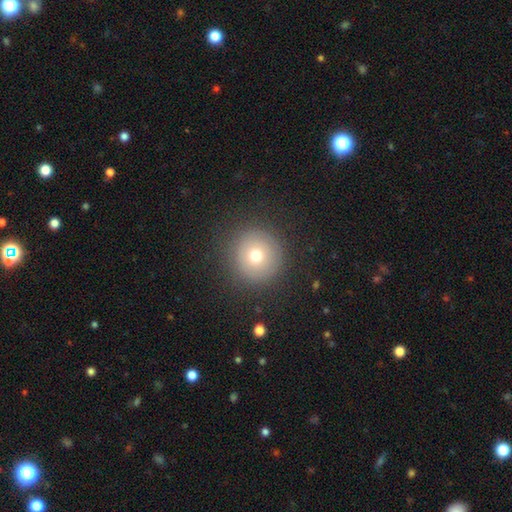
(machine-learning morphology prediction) Smooth or featured: smooth — 72% (featured or disk — 14%)
How rounded: round — 95% (in between — 4%)
Merging: none — 89% (minor disturbance — 7%)